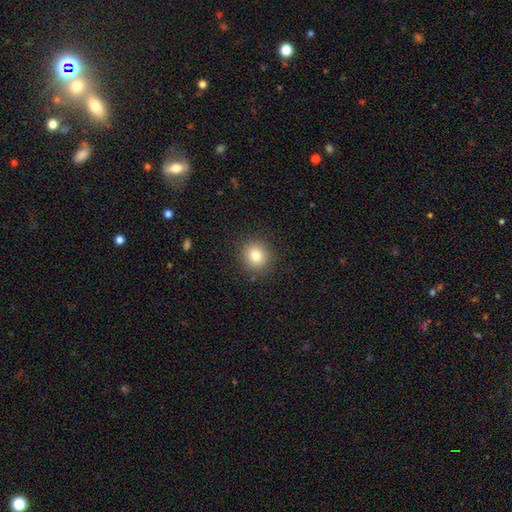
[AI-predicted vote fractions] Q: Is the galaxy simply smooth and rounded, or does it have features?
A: smooth — 80%.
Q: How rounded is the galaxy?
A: round — 88%.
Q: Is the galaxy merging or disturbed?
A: none — 89%.